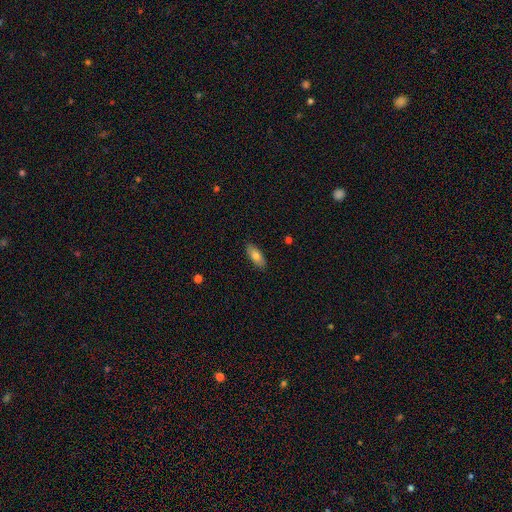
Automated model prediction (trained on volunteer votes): Smooth or featured?
  - smooth: 75% *
  - featured or disk: 18%
  - star or artifact: 7%
How rounded?
  - in between: 83% *
  - cigar-shaped: 14%
  - round: 2%
Merging?
  - none: 88% *
  - minor disturbance: 9%
  - major disturbance: 2%
  - merger: 1%